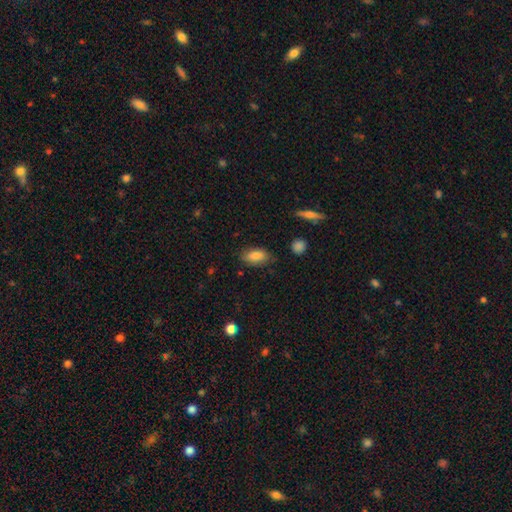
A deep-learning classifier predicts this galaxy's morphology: The model was most divided on "merging": none: 78%, minor disturbance: 17%, major disturbance: 4%, merger: 2%. More confident: how rounded — in between (89%); smooth or featured — smooth (84%).